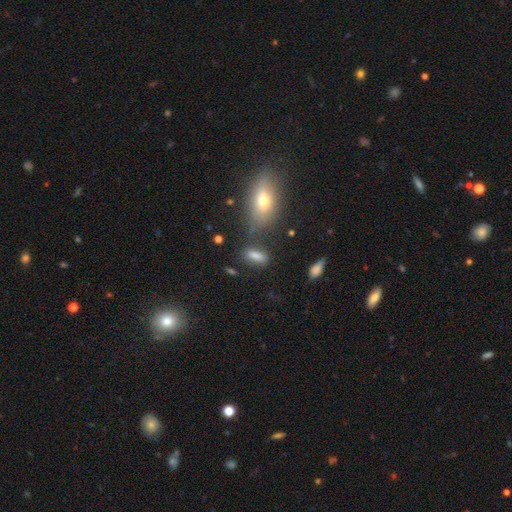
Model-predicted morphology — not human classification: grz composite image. It shows a smooth galaxy with no disk features (77%) that is in between round and cigar-shaped (70%). Merging: none (69%).